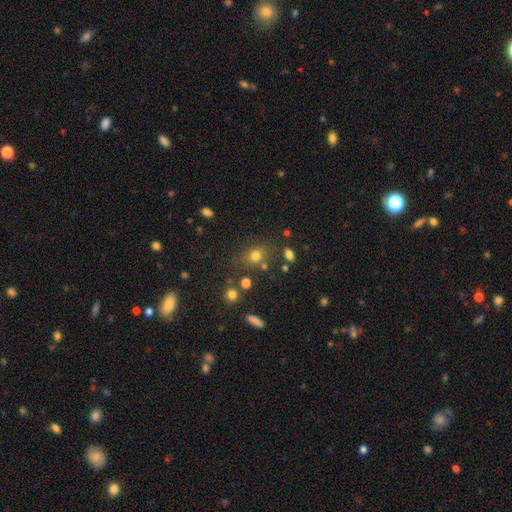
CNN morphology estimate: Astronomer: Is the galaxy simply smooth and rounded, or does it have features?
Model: smooth — 73%.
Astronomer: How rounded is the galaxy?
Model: round — 56% (runner-up: in between, 42%).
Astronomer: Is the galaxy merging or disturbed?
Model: none — 68%.